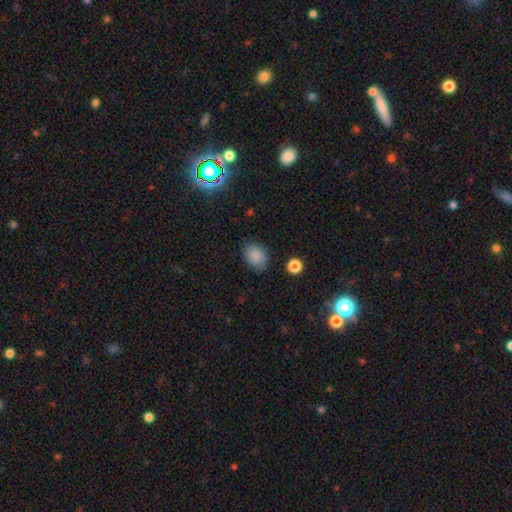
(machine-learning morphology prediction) A smooth galaxy with no disk features (86%) that is in between round and cigar-shaped (67%).

Vote fractions:
- Smooth or featured? smooth: 86% / star or artifact: 9% / featured or disk: 4%
- How rounded? in between: 67% / round: 32% / cigar-shaped: 1%
- Merging? none: 83% / minor disturbance: 12% / major disturbance: 3% / merger: 2%